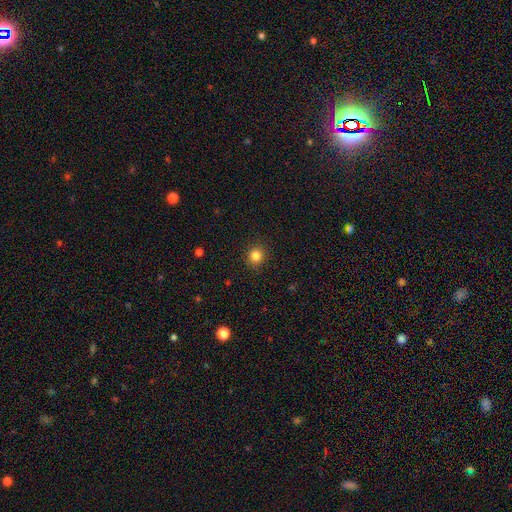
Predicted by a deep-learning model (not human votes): smooth-or-featured: smooth: 83% | star or artifact: 12% | featured or disk: 5%
  how-rounded: round: 87% | in between: 12% | cigar-shaped: 1%
  merging: none: 91% | minor disturbance: 6% | major disturbance: 2% | merger: 1%